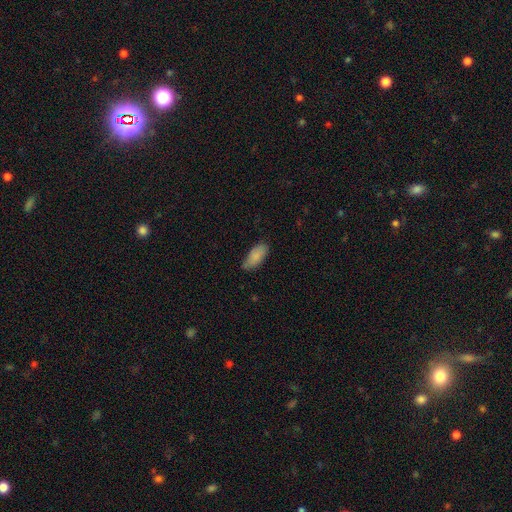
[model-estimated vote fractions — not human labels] smooth 86%, featured or disk 8%, star or artifact 6%. Down the decision tree: how rounded — in between (86%); merging — none (73%).